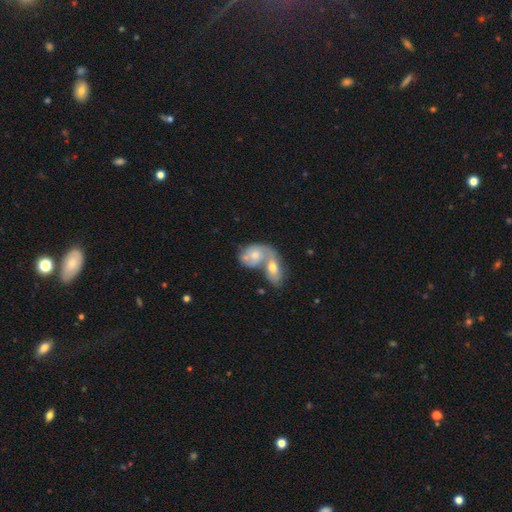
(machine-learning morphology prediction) This is possibly a smooth galaxy (53%). How rounded: likely in between (79%). Merging: likely merger (78%).